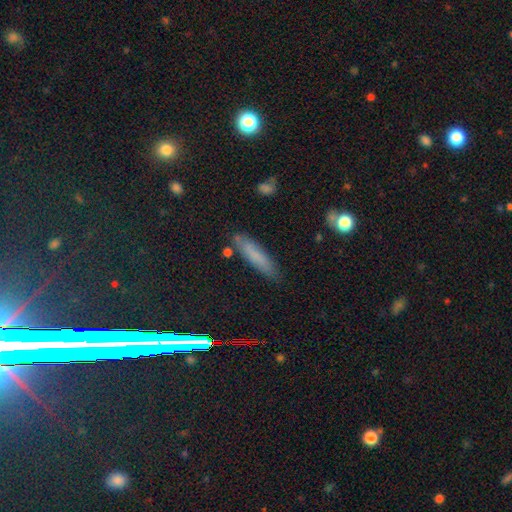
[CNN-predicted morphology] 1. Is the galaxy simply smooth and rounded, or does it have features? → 72% smooth, 17% featured or disk, 11% star or artifact.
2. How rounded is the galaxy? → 78% cigar-shaped, 21% in between, 2% round.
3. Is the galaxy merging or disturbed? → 79% none, 15% minor disturbance, 3% merger, 3% major disturbance.